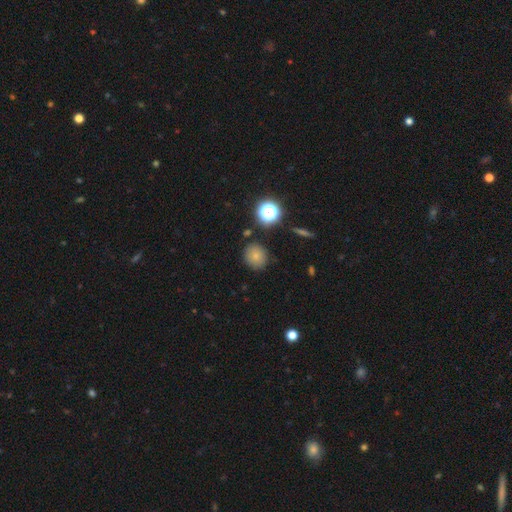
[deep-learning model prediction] Overall: smooth (76%). How rounded: round (80%). Merging: none (85%).